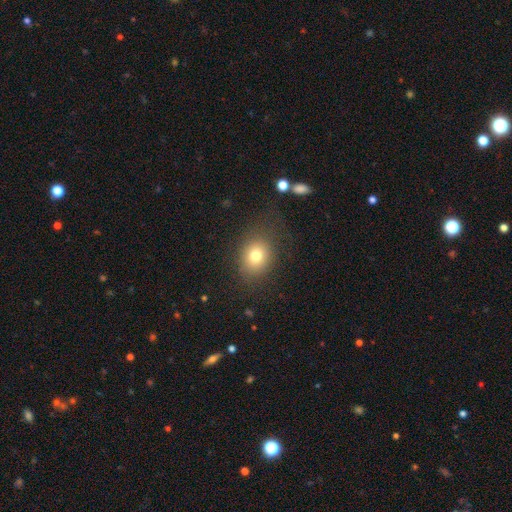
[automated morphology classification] This appears to be a smooth galaxy with no disk features (77%) that is round (55%). Merging: none (76%).